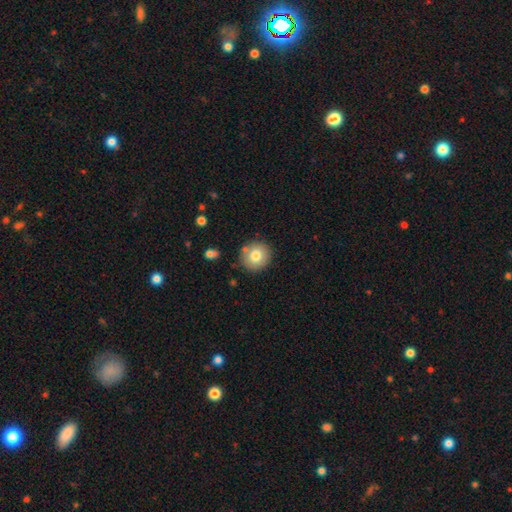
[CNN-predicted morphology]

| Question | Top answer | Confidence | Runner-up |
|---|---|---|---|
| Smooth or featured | smooth | 78% | featured or disk (13%) |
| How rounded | round | 90% | in between (9%) |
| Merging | none | 84% | minor disturbance (9%) |